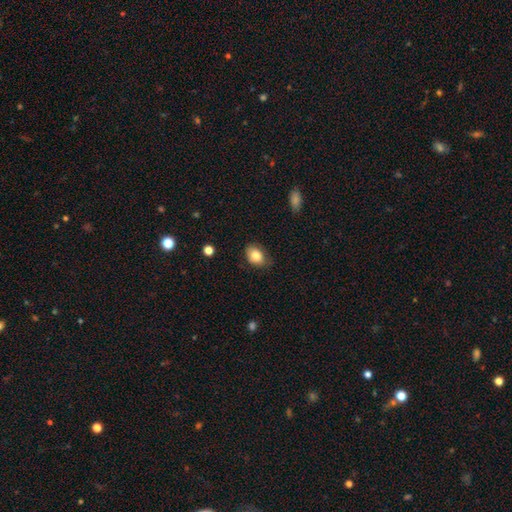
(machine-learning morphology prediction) A smooth galaxy with no disk features (84%) that is in between round and cigar-shaped (76%). Merging: none (74%).